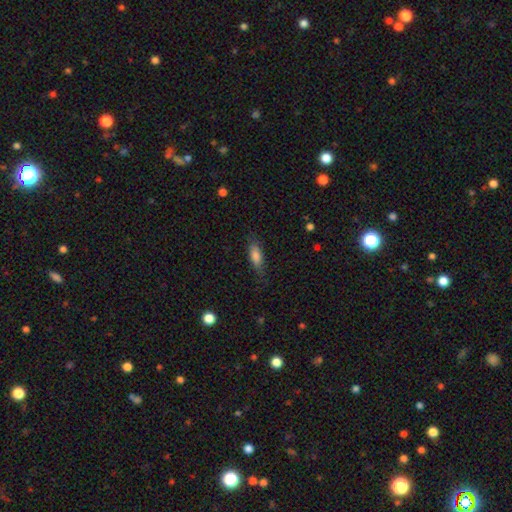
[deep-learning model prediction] Smooth or featured? smooth (81%)
How rounded? in between (64%)
Merging? none (78%)